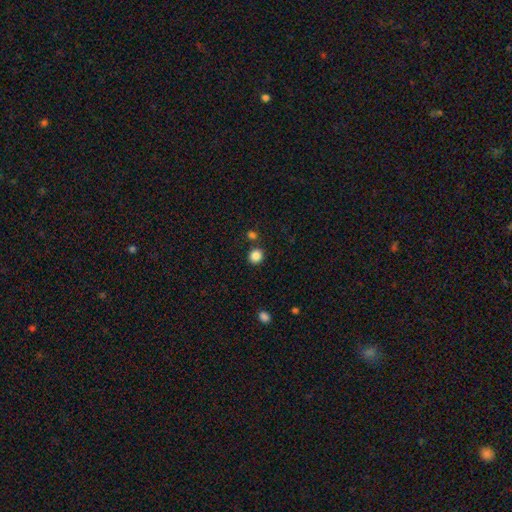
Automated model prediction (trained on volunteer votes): This is clearly a smooth galaxy (86%). How rounded: clearly round (86%). Merging: clearly none (83%).